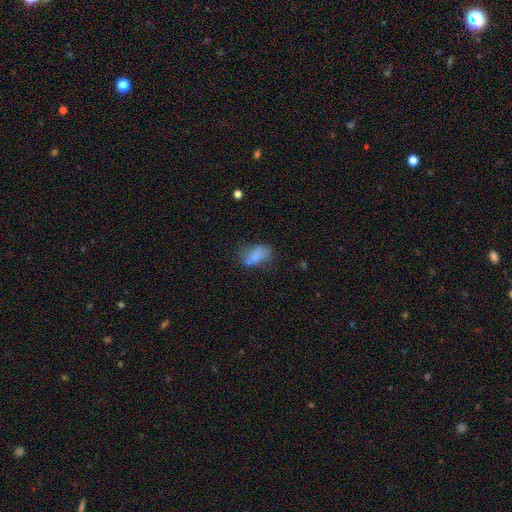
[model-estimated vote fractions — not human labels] A smooth galaxy with no disk features (70%) that is in between round and cigar-shaped (86%). Merging: none (45%).